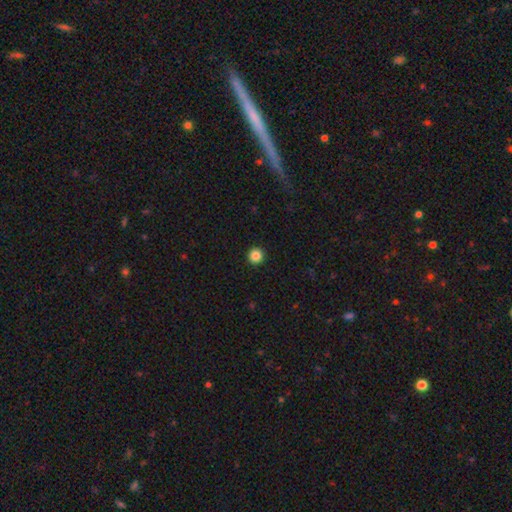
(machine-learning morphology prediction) type=smooth (86%); roundness=round (96%); merging=none (94%).